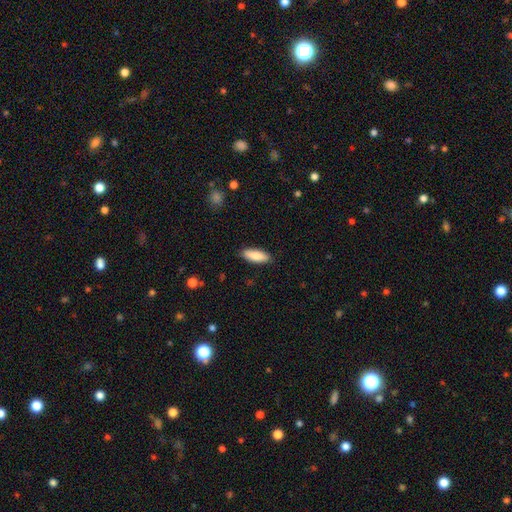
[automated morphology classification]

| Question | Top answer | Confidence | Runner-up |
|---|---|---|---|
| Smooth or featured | smooth | 86% | featured or disk (8%) |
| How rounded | in between | 66% | cigar-shaped (33%) |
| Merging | none | 88% | minor disturbance (9%) |